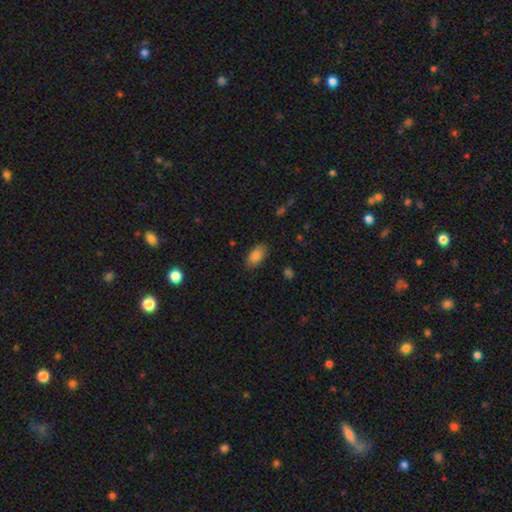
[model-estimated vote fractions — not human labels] This appears to be a smooth galaxy with no disk features (85%) that is in between round and cigar-shaped (92%). Merging: none (85%).